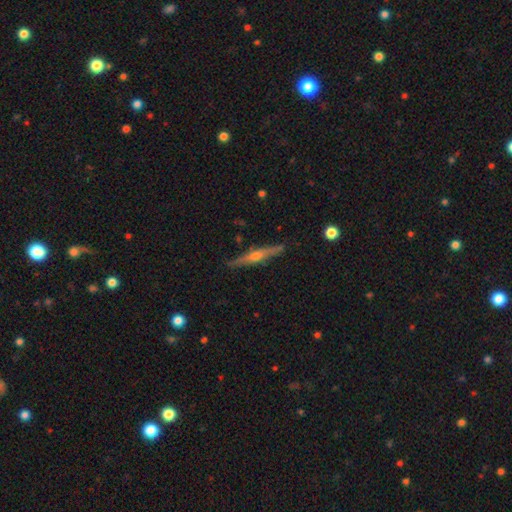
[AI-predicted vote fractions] Q: Smooth or featured?
A: featured or disk (71%); runner-up: smooth (23%)
Q: Edge-on disk?
A: yes (97%); runner-up: no (3%)
Q: Edge-on bulge?
A: rounded (85%); runner-up: none (10%)
Q: Merging?
A: none (87%); runner-up: minor disturbance (9%)